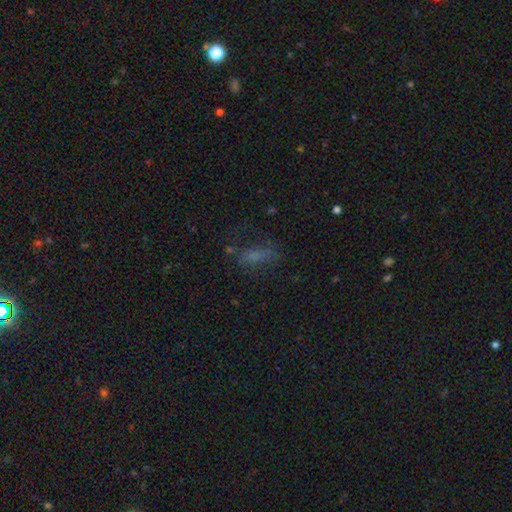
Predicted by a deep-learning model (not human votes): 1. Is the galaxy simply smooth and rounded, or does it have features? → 54% smooth, 25% star or artifact, 21% featured or disk.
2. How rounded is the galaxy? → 66% in between, 27% cigar-shaped, 7% round.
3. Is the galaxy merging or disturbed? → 51% none, 23% major disturbance, 22% minor disturbance, 4% merger.